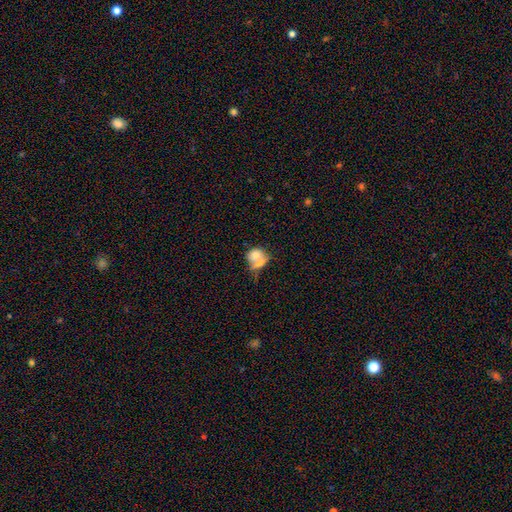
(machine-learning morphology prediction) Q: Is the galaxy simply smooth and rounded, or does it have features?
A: smooth — 70%.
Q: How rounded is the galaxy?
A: in between — 50%.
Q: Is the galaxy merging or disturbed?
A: merger — 64%.